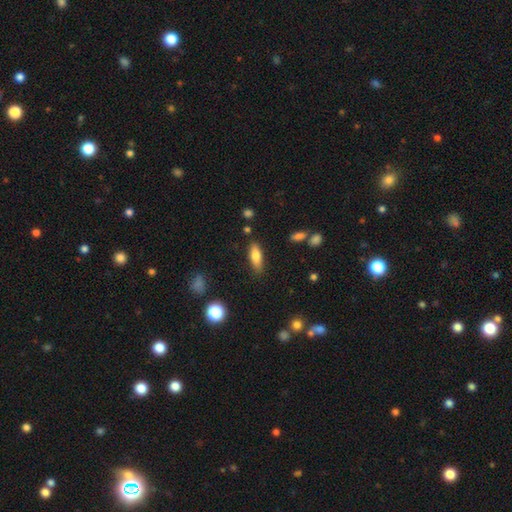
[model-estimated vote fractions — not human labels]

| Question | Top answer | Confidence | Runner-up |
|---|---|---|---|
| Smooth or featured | smooth | 73% | featured or disk (19%) |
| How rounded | in between | 62% | cigar-shaped (36%) |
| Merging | none | 83% | minor disturbance (12%) |